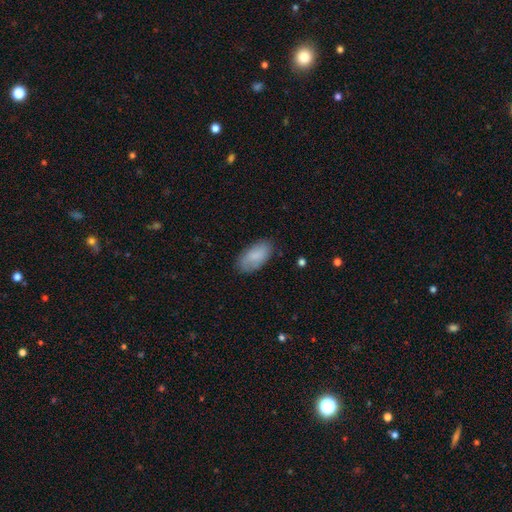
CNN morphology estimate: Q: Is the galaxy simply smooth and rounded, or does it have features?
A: smooth — 82%.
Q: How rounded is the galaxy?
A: in between — 94%.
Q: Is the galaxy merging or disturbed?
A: none — 77%.